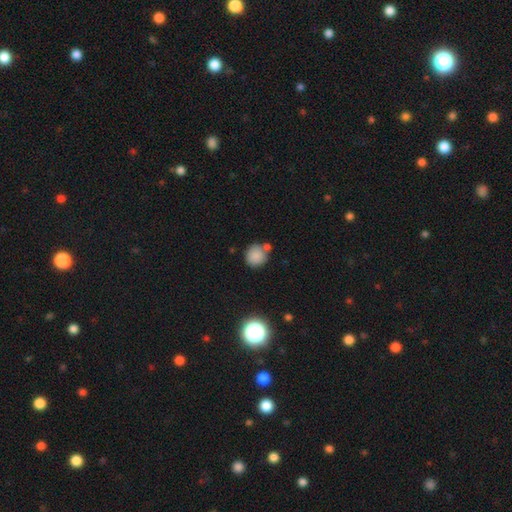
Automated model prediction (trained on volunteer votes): This is clearly a smooth galaxy (84%). How rounded: clearly round (87%). Merging: likely none (65%).